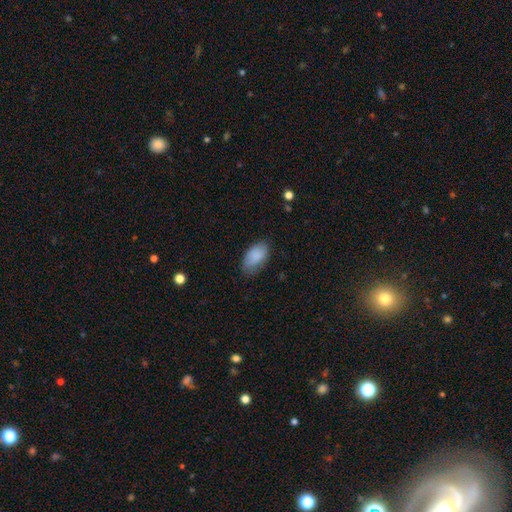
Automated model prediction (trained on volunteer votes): smooth 87%, star or artifact 7%, featured or disk 6%. Down the decision tree: how rounded — in between (94%); merging — none (71%).